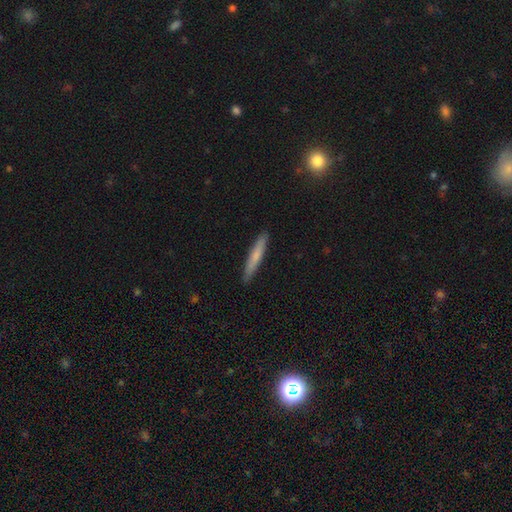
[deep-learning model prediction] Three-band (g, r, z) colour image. It shows a smooth galaxy with no disk features (70%) that is cigar-shaped (95%). Merging: none (90%).